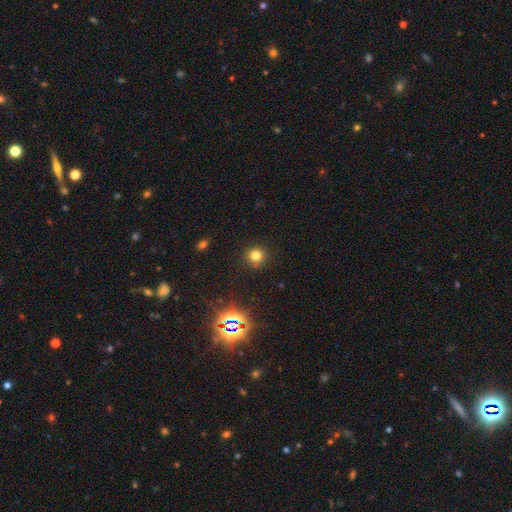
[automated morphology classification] This is likely a smooth galaxy (75%). How rounded: clearly round (93%). Merging: clearly none (90%).